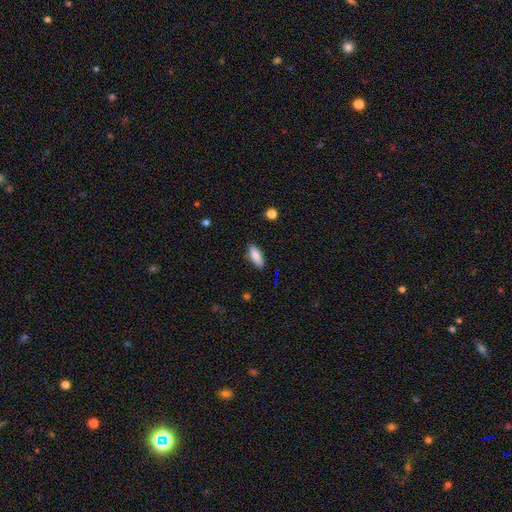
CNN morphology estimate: This is clearly a smooth galaxy (86%). How rounded: clearly in between (81%). Merging: clearly none (84%).